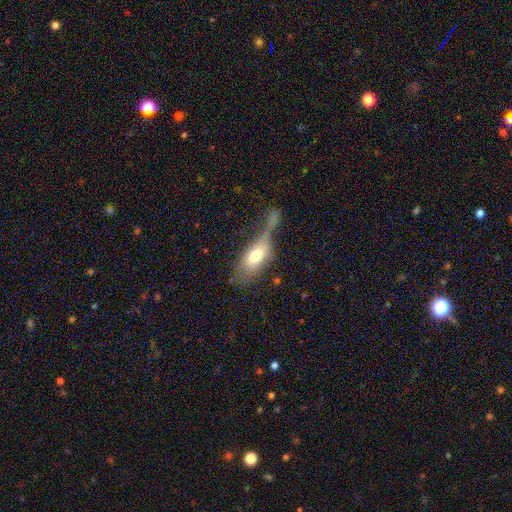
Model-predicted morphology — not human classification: A smooth galaxy with no disk features (67%) that is in between round and cigar-shaped (82%). Merging: major disturbance (30%).